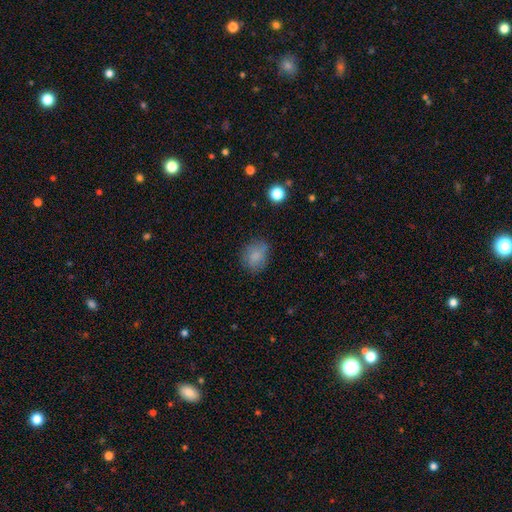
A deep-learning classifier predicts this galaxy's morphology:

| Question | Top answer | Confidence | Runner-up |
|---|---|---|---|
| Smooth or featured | smooth | 83% | star or artifact (9%) |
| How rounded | in between | 52% | round (46%) |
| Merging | none | 76% | minor disturbance (18%) |